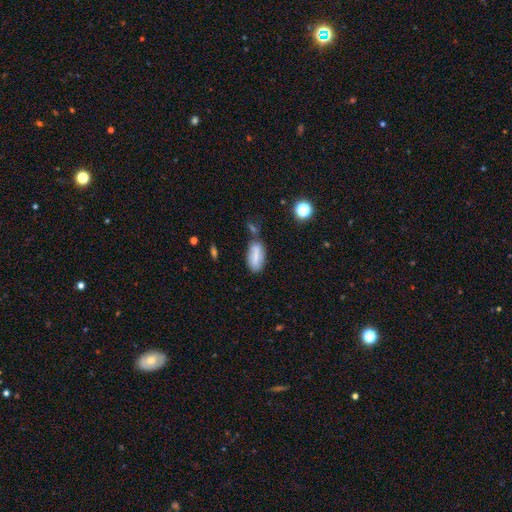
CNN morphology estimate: The model was most divided on "merging": none: 53%, minor disturbance: 23%, merger: 15%, major disturbance: 8%. More confident: how rounded — in between (85%); smooth or featured — smooth (69%).